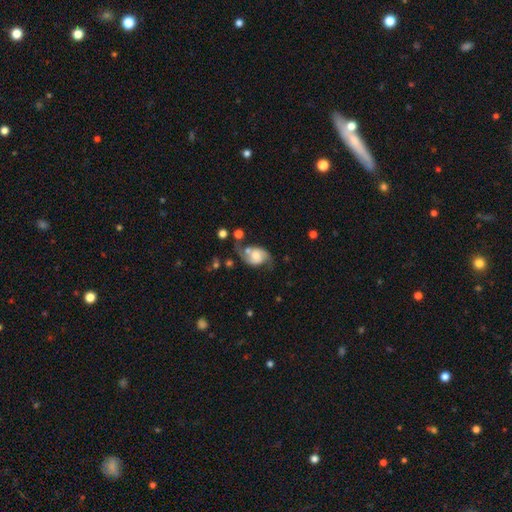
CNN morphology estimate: Smooth or featured? featured or disk (77%)
Edge-on disk? no (97%)
Bar? no (59%)
Spiral arms? yes (93%)
Spiral winding? loose (52%)
Spiral arm count? 2 (89%)
Bulge size? moderate (46%)
Merging? none (49%)